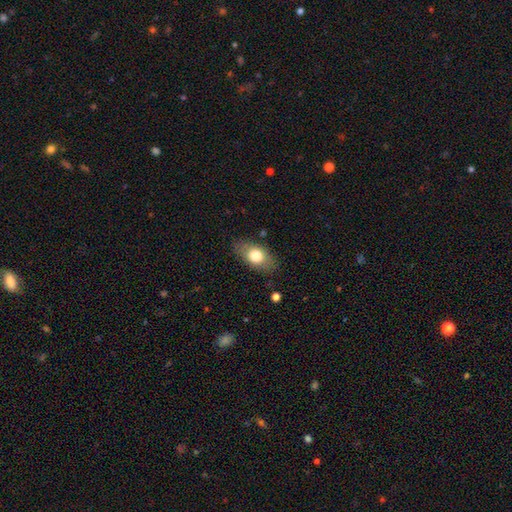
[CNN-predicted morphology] This is likely a smooth galaxy (73%). How rounded: clearly in between (86%). Merging: clearly none (81%).